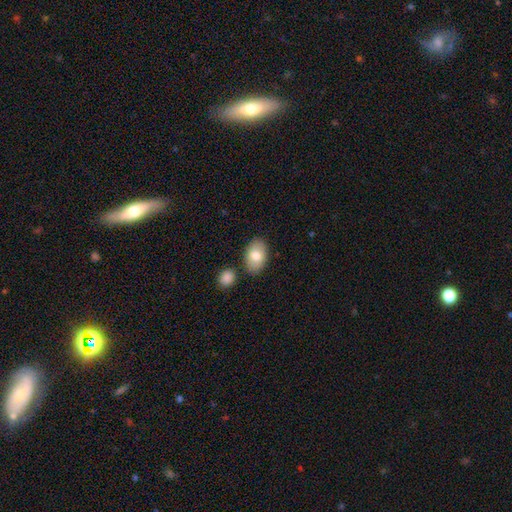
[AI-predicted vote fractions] smooth 79%, featured or disk 14%, star or artifact 6%. Down the decision tree: how rounded — in between (90%); merging — none (80%).